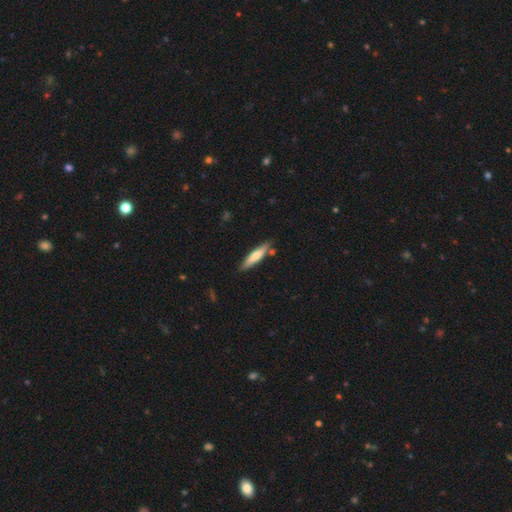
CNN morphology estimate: smooth 60%, featured or disk 35%, star or artifact 5%. Down the decision tree: how rounded — cigar-shaped (84%); merging — none (81%).